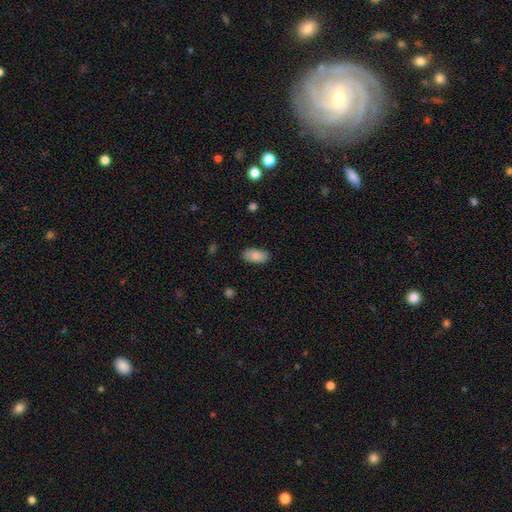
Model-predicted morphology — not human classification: smooth 87%, star or artifact 7%, featured or disk 6%. Down the decision tree: how rounded — in between (93%); merging — none (85%).